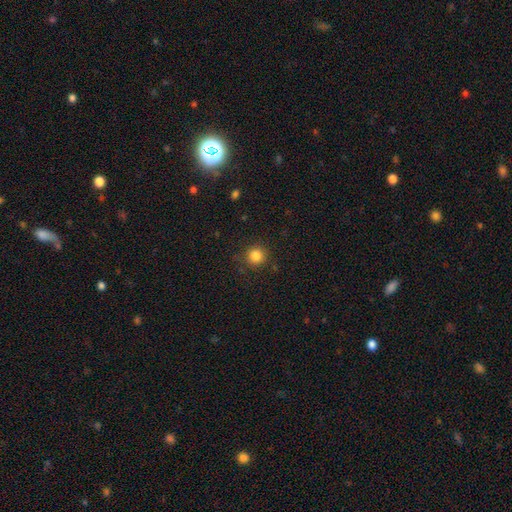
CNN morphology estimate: Smooth or featured?
  - smooth: 84% *
  - star or artifact: 12%
  - featured or disk: 4%
How rounded?
  - round: 94% *
  - in between: 6%
  - cigar-shaped: 1%
Merging?
  - none: 88% *
  - minor disturbance: 8%
  - major disturbance: 3%
  - merger: 1%